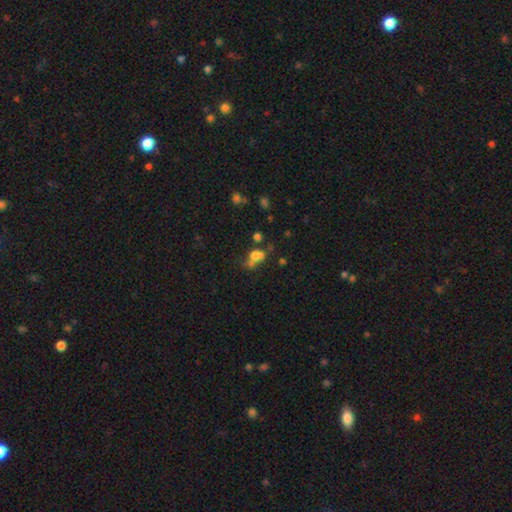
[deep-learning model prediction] smooth_or_featured: smooth (p=0.64) [alt: star or artifact p=0.18]
how_rounded: in between (p=0.52) [alt: round p=0.45]
merging: merger (p=0.41) [alt: none p=0.29]